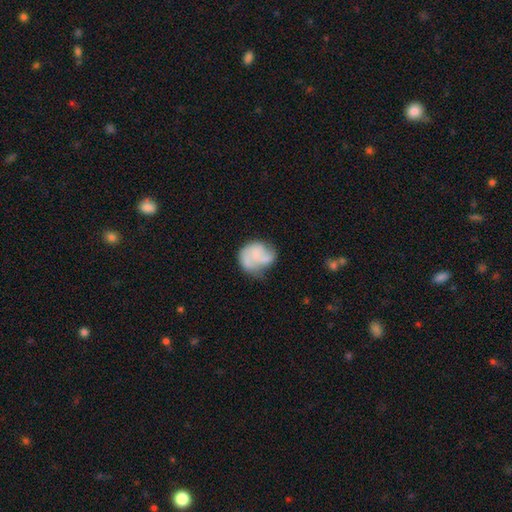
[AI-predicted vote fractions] Smooth or featured? Predicted: smooth (p=0.46, tied with featured or disk). Merging? Predicted: none (p=0.43).